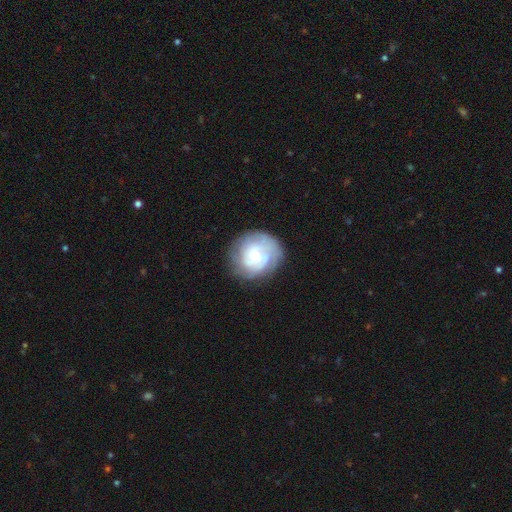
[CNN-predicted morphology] Overall: featured or disk (58%; smooth 35%). Edge-on disk: no (98%). Bar: no (75%). Spiral arms: yes (80%). Bulge size: small (55%; moderate 26%). Merging: none (71%).